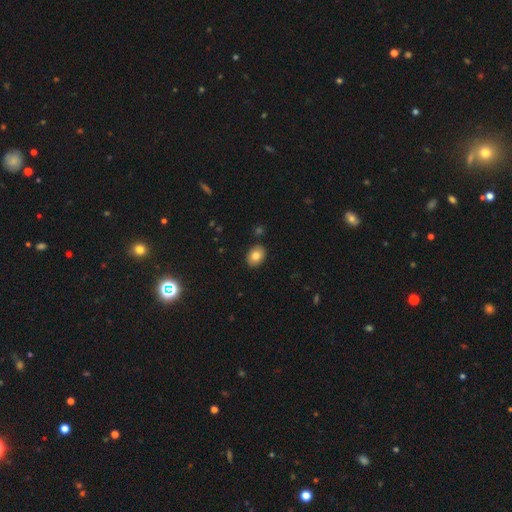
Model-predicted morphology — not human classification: type=smooth (81%); roundness=in between (72%); merging=none (88%).